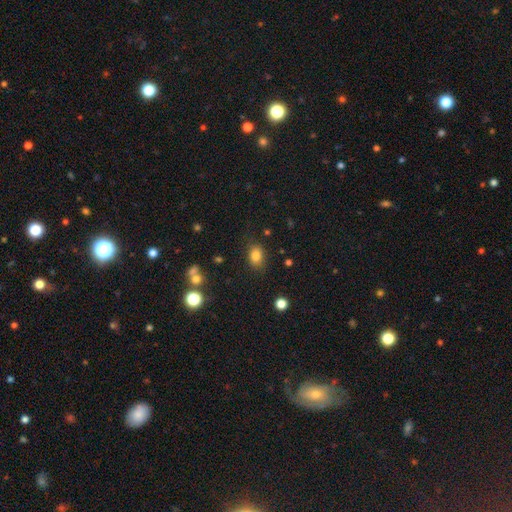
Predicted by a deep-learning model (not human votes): Smooth or featured?
  - smooth: 82% *
  - star or artifact: 11%
  - featured or disk: 7%
How rounded?
  - in between: 72% *
  - round: 27%
  - cigar-shaped: 1%
Merging?
  - none: 80% *
  - minor disturbance: 14%
  - major disturbance: 4%
  - merger: 2%